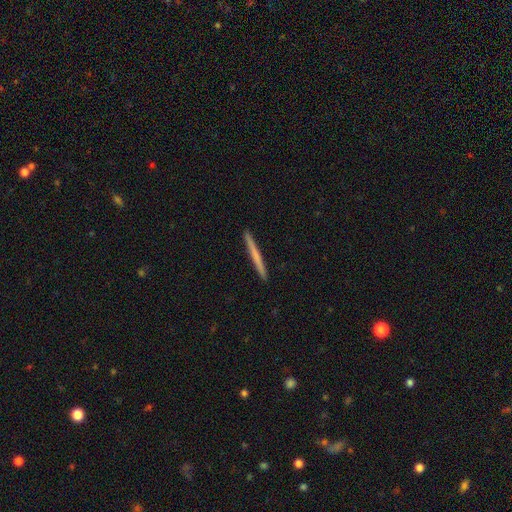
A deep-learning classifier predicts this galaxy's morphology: A smooth galaxy with no disk features (56%) that is cigar-shaped (97%).

Vote fractions:
- Smooth or featured? smooth: 56% / featured or disk: 38% / star or artifact: 5%
- How rounded? cigar-shaped: 97% / in between: 2% / round: 1%
- Merging? none: 93% / minor disturbance: 5% / major disturbance: 1% / merger: 1%